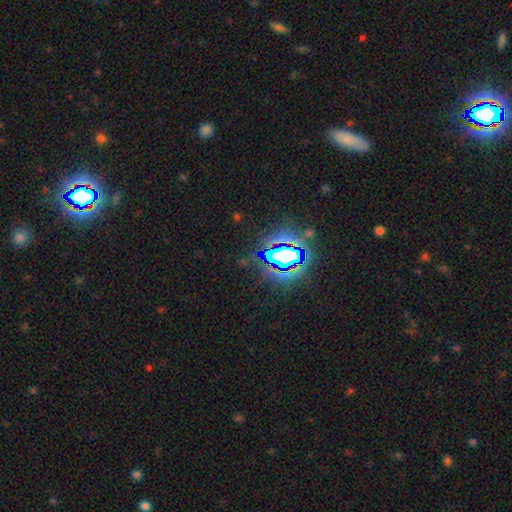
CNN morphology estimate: smooth-or-featured: star or artifact: 80% | smooth: 12% | featured or disk: 7%